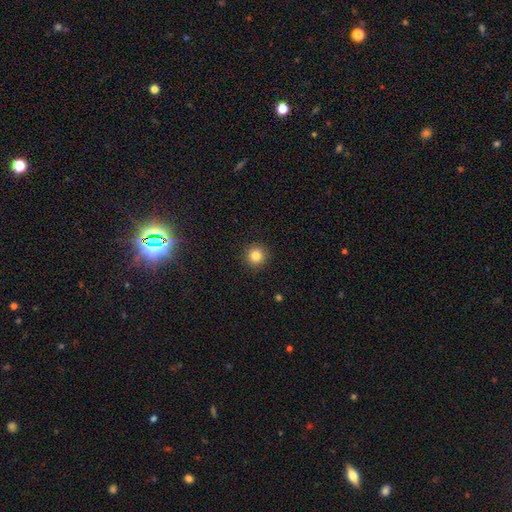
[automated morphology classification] A smooth galaxy with no disk features (84%) that is round (95%).

Vote fractions:
- Smooth or featured? smooth: 84% / star or artifact: 11% / featured or disk: 5%
- How rounded? round: 95% / in between: 4% / cigar-shaped: 1%
- Merging? none: 92% / minor disturbance: 5% / major disturbance: 2% / merger: 1%